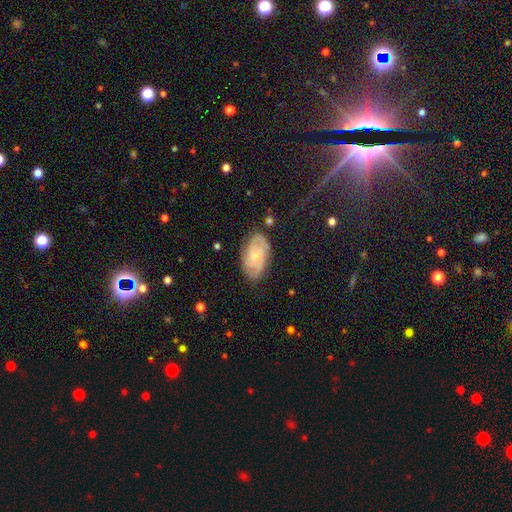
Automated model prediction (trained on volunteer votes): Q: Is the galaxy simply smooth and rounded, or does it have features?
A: featured or disk — 67%.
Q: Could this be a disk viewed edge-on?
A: no — 96%.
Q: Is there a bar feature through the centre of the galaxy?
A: no — 69%.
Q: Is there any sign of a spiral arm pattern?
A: yes — 89%.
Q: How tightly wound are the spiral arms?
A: tight — 54%.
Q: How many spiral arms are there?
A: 2 — 36%.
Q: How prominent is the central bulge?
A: small — 57%.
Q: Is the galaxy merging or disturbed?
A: none — 75%.